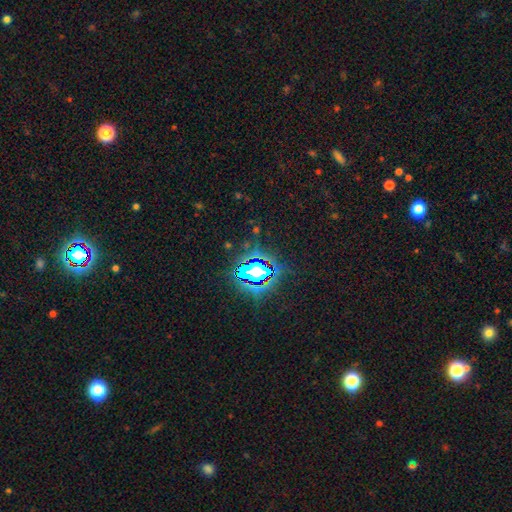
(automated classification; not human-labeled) smooth_or_featured: star or artifact (p=0.72) [alt: smooth p=0.17]